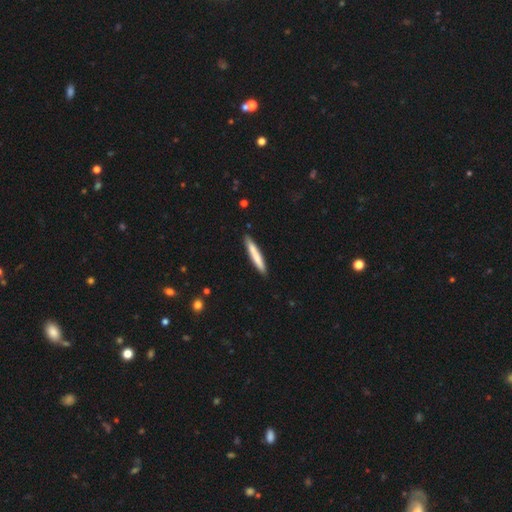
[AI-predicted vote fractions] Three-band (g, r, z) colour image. It shows a smooth galaxy with no disk features (74%) that is cigar-shaped (95%). Merging: none (89%).